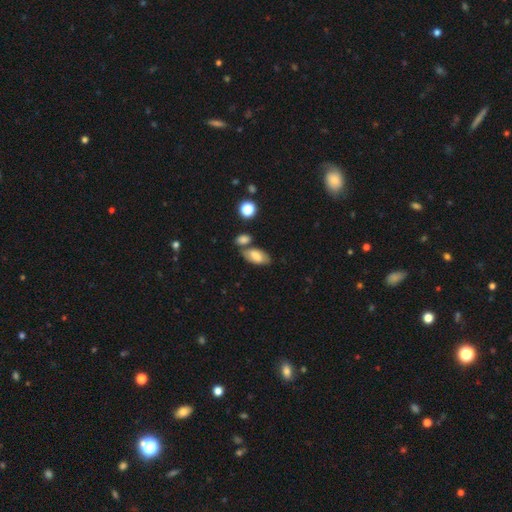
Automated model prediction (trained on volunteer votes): The model was most divided on "merging": none: 55%, merger: 23%, minor disturbance: 16%, major disturbance: 5%. More confident: how rounded — in between (91%); smooth or featured — smooth (74%).